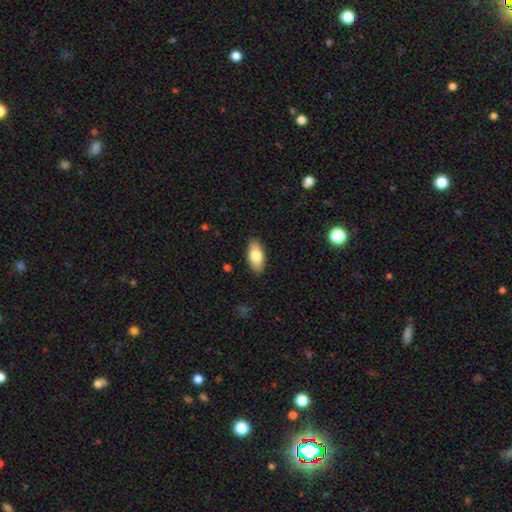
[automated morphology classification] This appears to be a smooth galaxy with no disk features (79%) that is in between round and cigar-shaped (90%). Merging: none (89%).